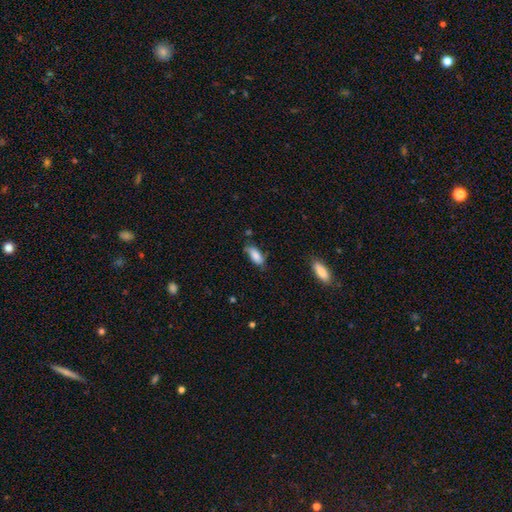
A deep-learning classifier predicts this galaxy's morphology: The model was most divided on "merging": none: 62%, minor disturbance: 29%, major disturbance: 6%, merger: 3%. More confident: smooth or featured — smooth (81%); how rounded — in between (79%).